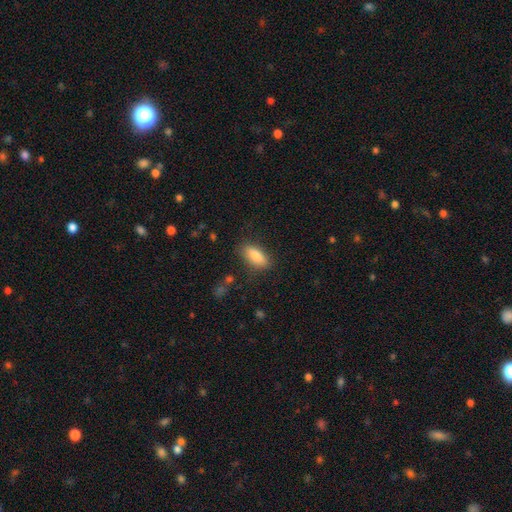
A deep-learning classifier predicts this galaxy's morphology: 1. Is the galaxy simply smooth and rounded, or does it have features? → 83% smooth, 10% featured or disk, 7% star or artifact.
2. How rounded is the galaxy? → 79% in between, 19% cigar-shaped, 3% round.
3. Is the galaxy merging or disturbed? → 82% none, 12% minor disturbance, 4% major disturbance, 2% merger.